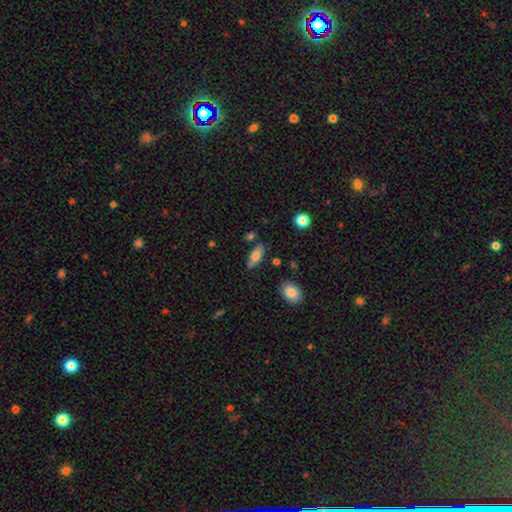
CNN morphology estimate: smooth 69%, featured or disk 24%, star or artifact 7%. Down the decision tree: how rounded — in between (78%); merging — none (74%).